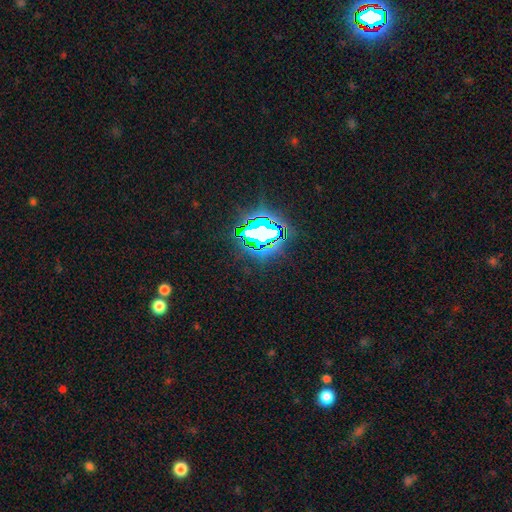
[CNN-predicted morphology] smooth-or-featured: star or artifact: 83% | smooth: 10% | featured or disk: 6%